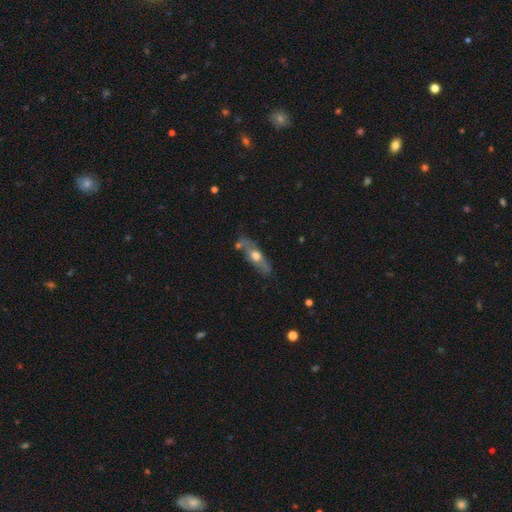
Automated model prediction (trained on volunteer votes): The model was most divided on "smooth or featured": featured or disk: 50%, smooth: 44%, star or artifact: 6%. More confident: merging — none (70%); edge-on disk — yes (60%).